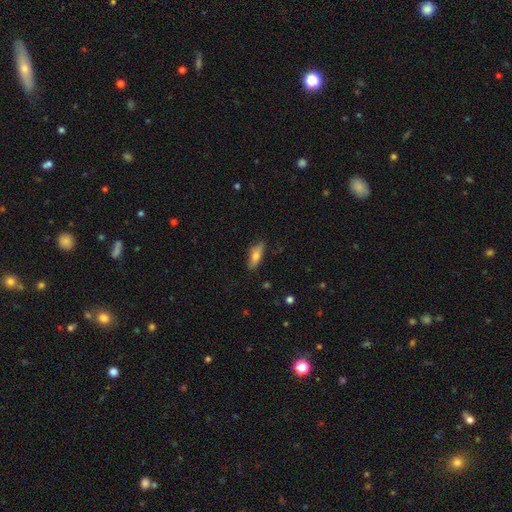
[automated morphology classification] Smooth or featured?
  - smooth: 67% *
  - featured or disk: 26%
  - star or artifact: 7%
How rounded?
  - in between: 58% *
  - cigar-shaped: 39%
  - round: 3%
Merging?
  - none: 79% *
  - minor disturbance: 17%
  - major disturbance: 3%
  - merger: 2%